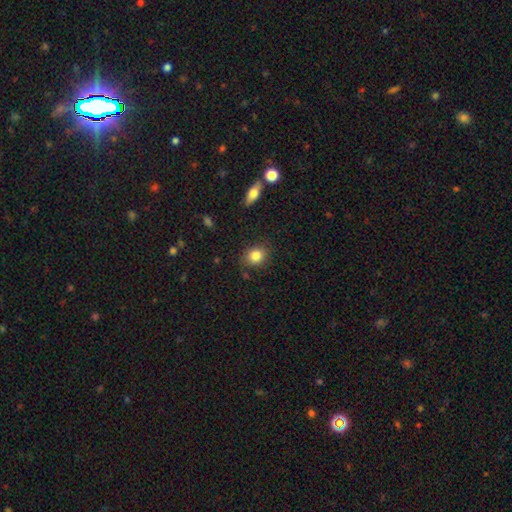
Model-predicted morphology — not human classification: This appears to be a smooth galaxy with no disk features (84%) that is round (61%). Merging: none (80%).